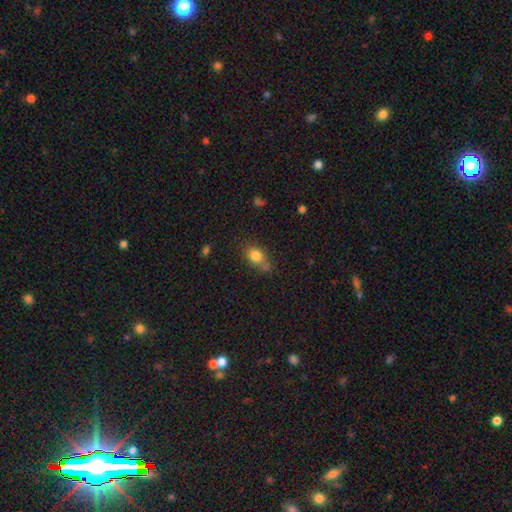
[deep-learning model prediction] smooth 81%, star or artifact 10%, featured or disk 9%. Down the decision tree: how rounded — in between (55%); merging — none (49%).